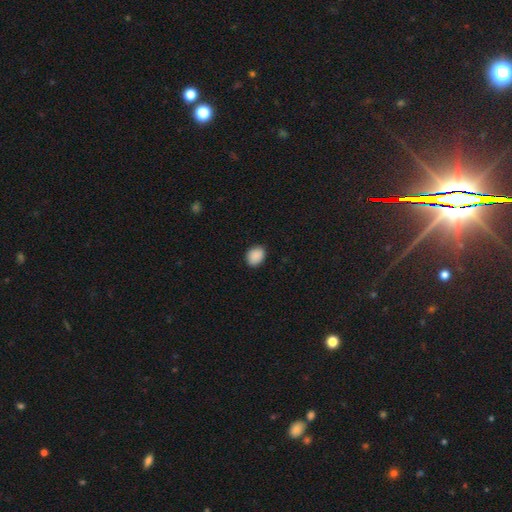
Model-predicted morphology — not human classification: This is clearly a smooth galaxy (90%). How rounded: possibly in between (57%). Merging: clearly none (87%).